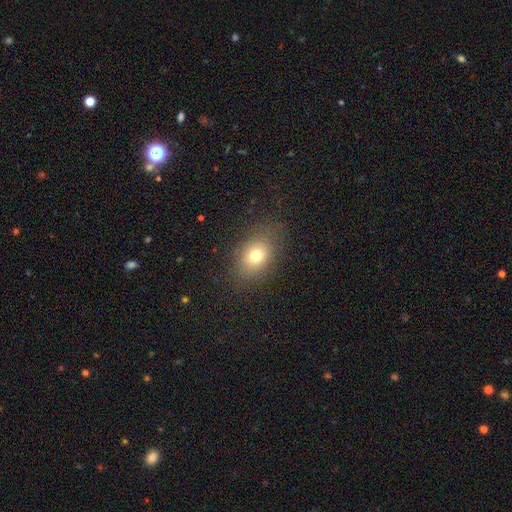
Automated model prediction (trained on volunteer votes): This is likely a smooth galaxy (73%). How rounded: likely in between (62%). Merging: likely none (79%).